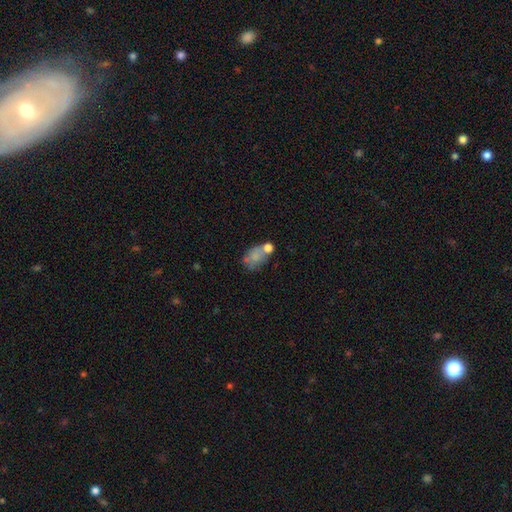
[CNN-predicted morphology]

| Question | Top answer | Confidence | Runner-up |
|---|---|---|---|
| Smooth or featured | smooth | 66% | featured or disk (22%) |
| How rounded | in between | 80% | round (18%) |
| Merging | none | 37% | merger (29%) |